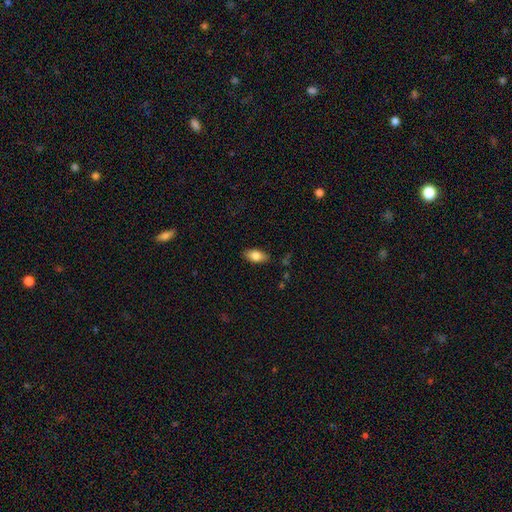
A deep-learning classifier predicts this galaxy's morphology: smooth 79%, featured or disk 14%, star or artifact 7%. Down the decision tree: how rounded — in between (89%); merging — none (84%).